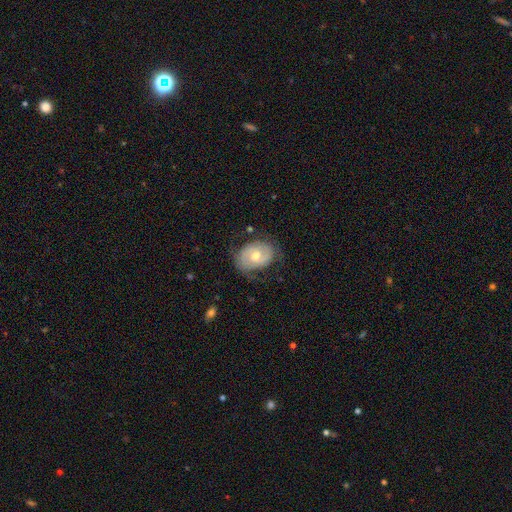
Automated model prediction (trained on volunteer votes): A featured or disk galaxy (60%) with no bar (55%), spiral arms (78%) and a moderate central bulge (64%).

Vote fractions:
- Smooth or featured? featured or disk: 60% / smooth: 34% / star or artifact: 7%
- Edge-on disk? no: 96% / yes: 4%
- Bar? no: 55% / weak: 38% / strong: 7%
- Spiral arms? yes: 78% / no: 22%
- Bulge size? moderate: 64% / small: 31% / large: 3% / none: 1% / dominant: 1%
- Merging? none: 70% / minor disturbance: 21% / major disturbance: 8% / merger: 1%